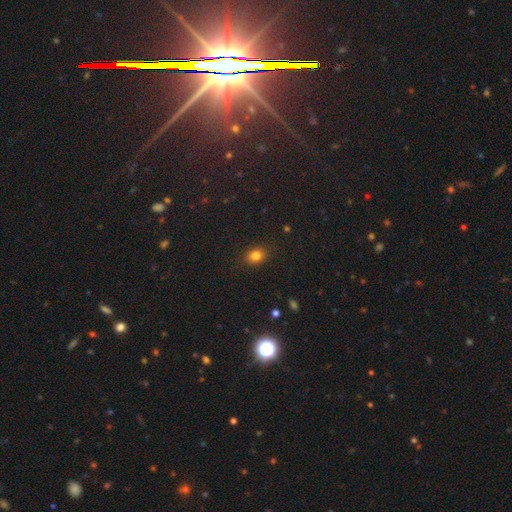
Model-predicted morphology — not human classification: Q: Smooth or featured?
A: smooth (81%); runner-up: star or artifact (13%)
Q: How rounded?
A: in between (53%); runner-up: round (46%)
Q: Merging?
A: none (87%); runner-up: minor disturbance (10%)